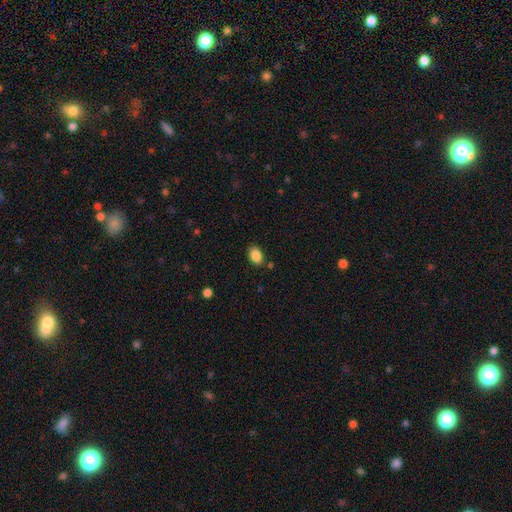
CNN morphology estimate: Smooth or featured: smooth — 87% (star or artifact — 8%)
How rounded: in between — 81% (round — 18%)
Merging: none — 85% (minor disturbance — 10%)